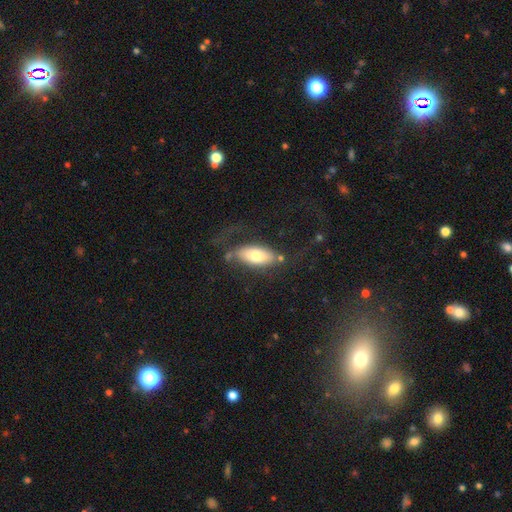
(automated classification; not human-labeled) Q: Smooth or featured?
A: smooth (66%); runner-up: featured or disk (28%)
Q: How rounded?
A: in between (85%); runner-up: cigar-shaped (12%)
Q: Merging?
A: none (56%); runner-up: minor disturbance (19%)